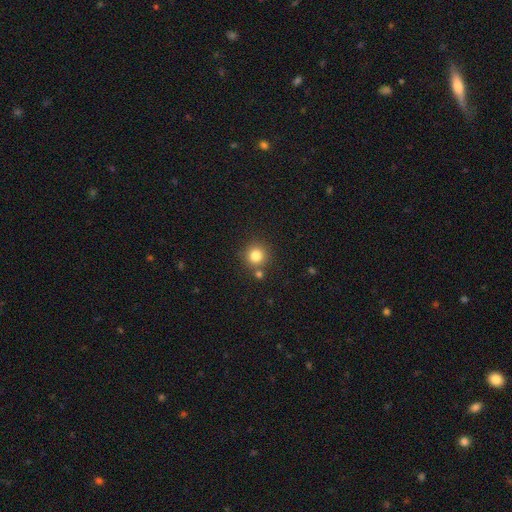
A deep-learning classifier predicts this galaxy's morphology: A smooth galaxy with no disk features (82%) that is round (93%). Merging: none (78%).